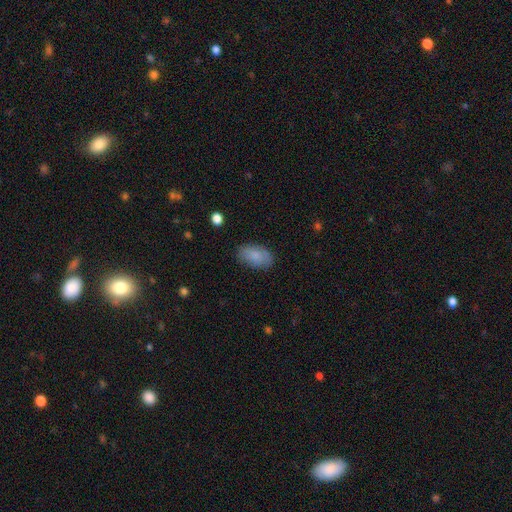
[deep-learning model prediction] smooth 84%, featured or disk 9%, star or artifact 7%. Down the decision tree: how rounded — in between (93%); merging — none (83%).